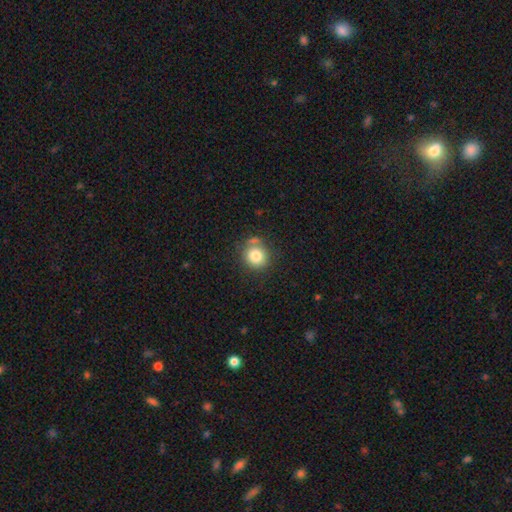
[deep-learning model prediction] Smooth or featured?
  - smooth: 81% *
  - star or artifact: 11%
  - featured or disk: 9%
How rounded?
  - round: 87% *
  - in between: 12%
  - cigar-shaped: 1%
Merging?
  - none: 69% *
  - minor disturbance: 16%
  - merger: 10%
  - major disturbance: 5%